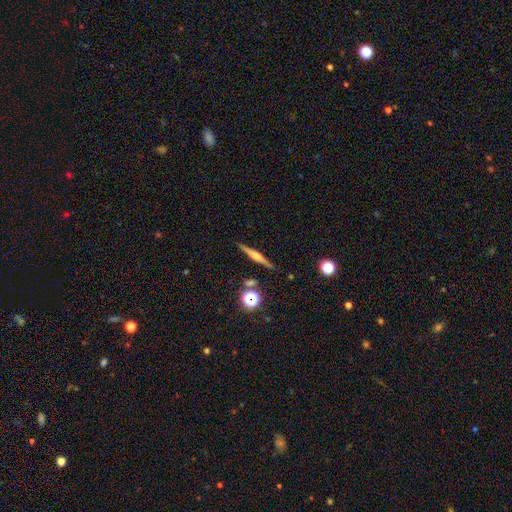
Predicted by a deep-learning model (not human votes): Smooth or featured?
  - featured or disk: 63% *
  - smooth: 28%
  - star or artifact: 9%
Edge-on disk?
  - yes: 97% *
  - no: 3%
Edge-on bulge?
  - rounded: 71% *
  - boxy: 17%
  - none: 12%
Merging?
  - none: 89% *
  - minor disturbance: 7%
  - merger: 2%
  - major disturbance: 2%